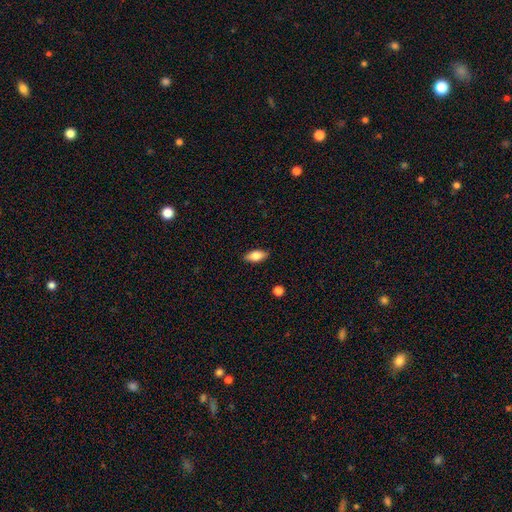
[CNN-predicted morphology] Smooth or featured?
  - smooth: 76% *
  - featured or disk: 17%
  - star or artifact: 7%
How rounded?
  - in between: 87% *
  - cigar-shaped: 10%
  - round: 3%
Merging?
  - none: 88% *
  - minor disturbance: 9%
  - major disturbance: 2%
  - merger: 1%